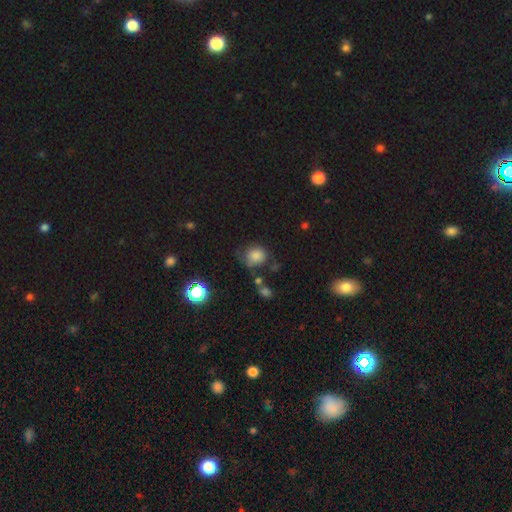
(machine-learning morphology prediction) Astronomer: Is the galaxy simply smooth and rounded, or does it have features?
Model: smooth — 78%.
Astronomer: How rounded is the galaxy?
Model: round — 76%.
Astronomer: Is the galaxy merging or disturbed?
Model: none — 51% (runner-up: minor disturbance, 27%).